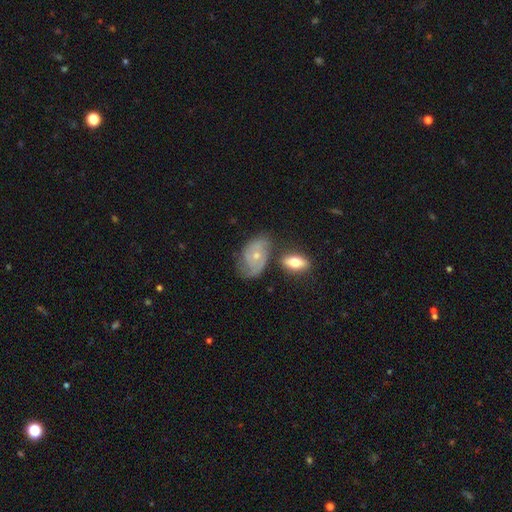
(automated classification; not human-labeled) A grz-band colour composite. It shows a featured or disk galaxy (73%) with no bar (75%), 2 (59%) tight (44%) spiral arms (88%) and a small central bulge (60%). Merging: none (51%).